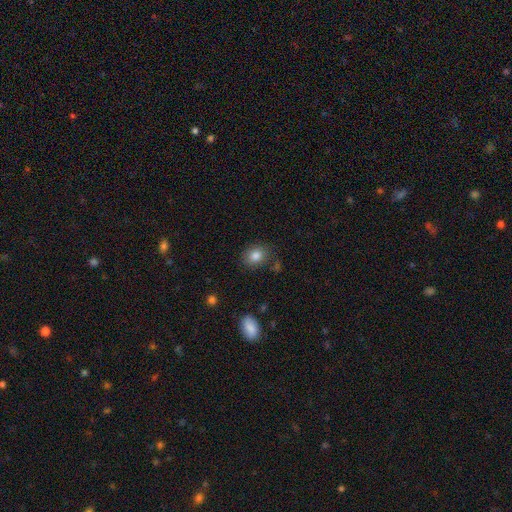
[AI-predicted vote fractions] Smooth or featured? smooth (83%)
How rounded? in between (54%)
Merging? none (80%)